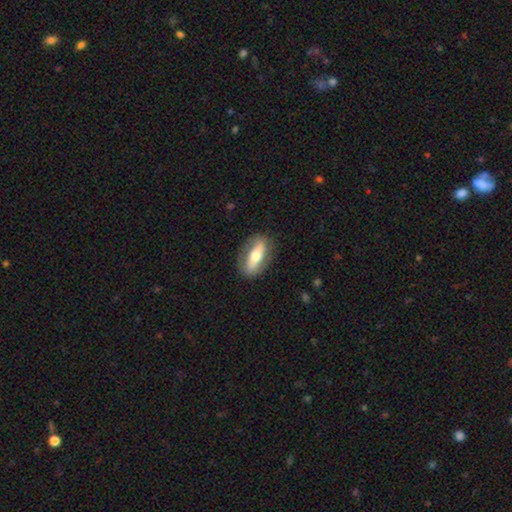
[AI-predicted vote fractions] smooth-or-featured: featured or disk: 49% | smooth: 45% | star or artifact: 6%
  merging: none: 82% | minor disturbance: 12% | major disturbance: 4% | merger: 1%